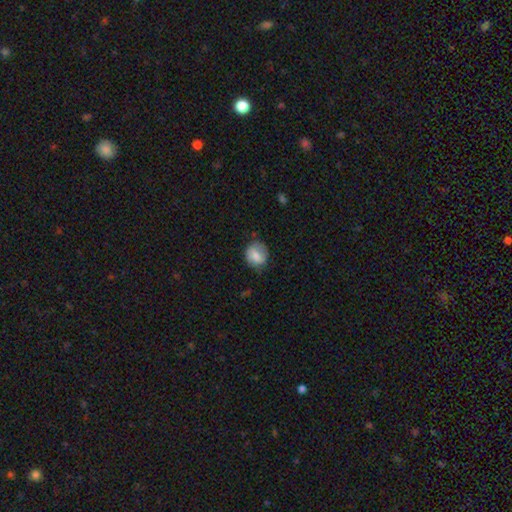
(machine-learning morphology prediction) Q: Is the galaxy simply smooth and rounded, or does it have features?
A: smooth — 70%.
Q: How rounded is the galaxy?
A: round — 68%.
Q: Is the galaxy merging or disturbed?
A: none — 72%.